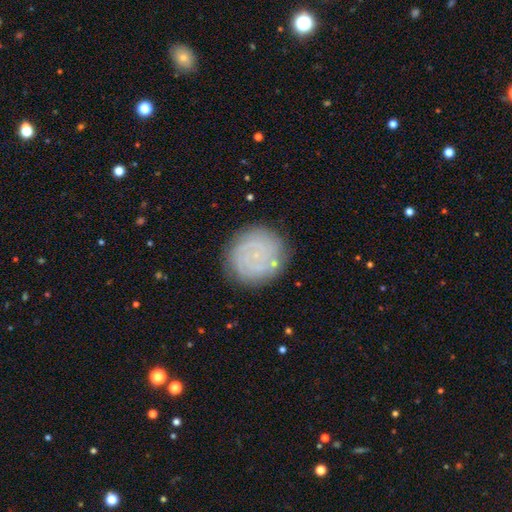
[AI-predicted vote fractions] This is possibly a featured or disk galaxy (60%). It is clearly not viewed edge-on (98%). Bar: likely no (74%). Spiral arm pattern: clearly yes (86%). Spiral arm count: marginally can't tell (39%). Spiral winding: likely tight (73%). Central bulge: likely small (73%). Merging: clearly none (82%).